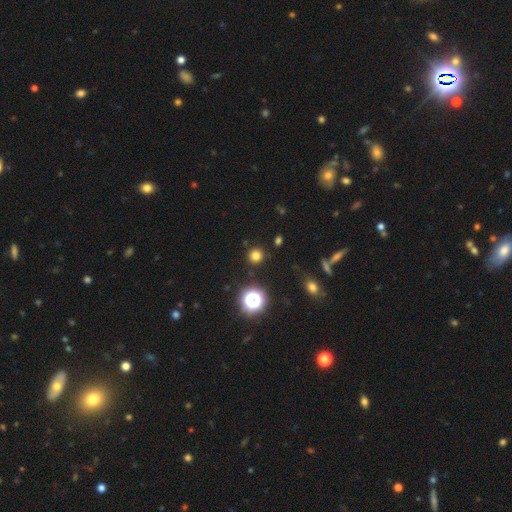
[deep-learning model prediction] smooth 75%, star or artifact 20%, featured or disk 5%. Down the decision tree: how rounded — round (94%); merging — none (90%).